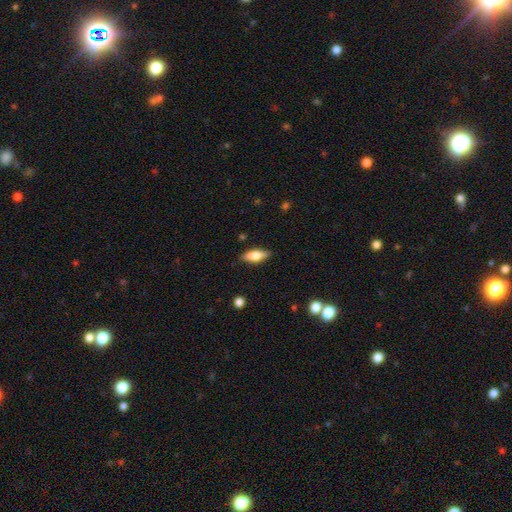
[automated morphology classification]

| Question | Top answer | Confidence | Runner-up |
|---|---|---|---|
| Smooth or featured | smooth | 63% | featured or disk (30%) |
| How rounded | in between | 68% | cigar-shaped (29%) |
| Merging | none | 83% | minor disturbance (13%) |